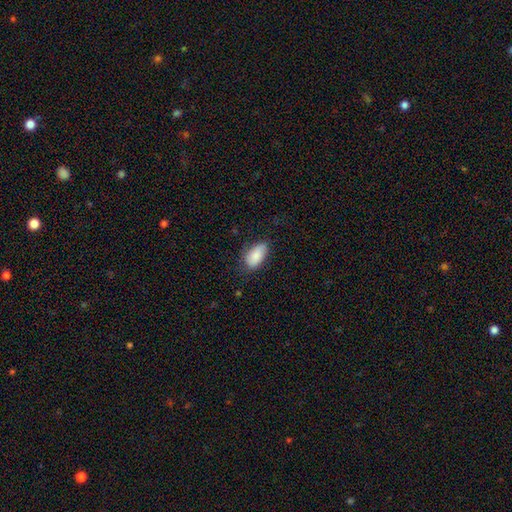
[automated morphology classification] smooth 86%, featured or disk 7%, star or artifact 7%. Down the decision tree: how rounded — in between (93%); merging — none (68%).